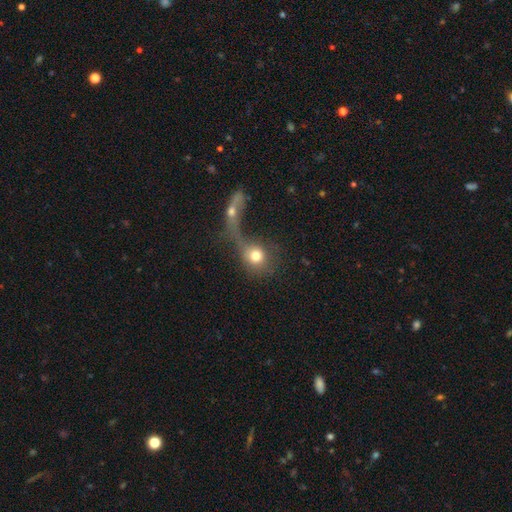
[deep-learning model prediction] A smooth galaxy with no disk features (74%) that is round (76%).

Vote fractions:
- Smooth or featured? smooth: 74% / featured or disk: 15% / star or artifact: 11%
- How rounded? round: 76% / in between: 21% / cigar-shaped: 2%
- Merging? merger: 54% / none: 22% / major disturbance: 16% / minor disturbance: 8%